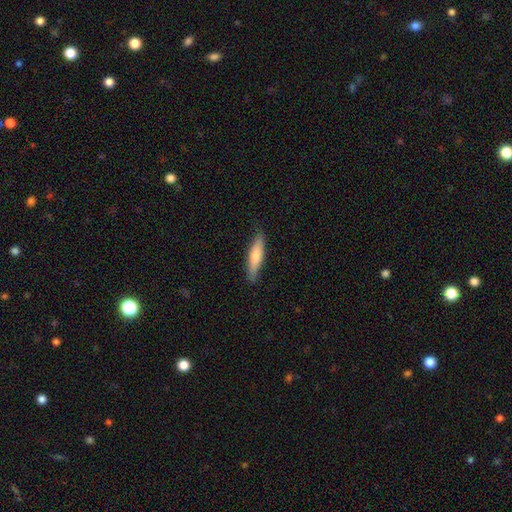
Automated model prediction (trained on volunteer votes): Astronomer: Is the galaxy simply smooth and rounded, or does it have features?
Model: smooth — 73%.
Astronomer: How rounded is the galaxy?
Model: cigar-shaped — 76%.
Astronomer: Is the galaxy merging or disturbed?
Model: none — 84%.